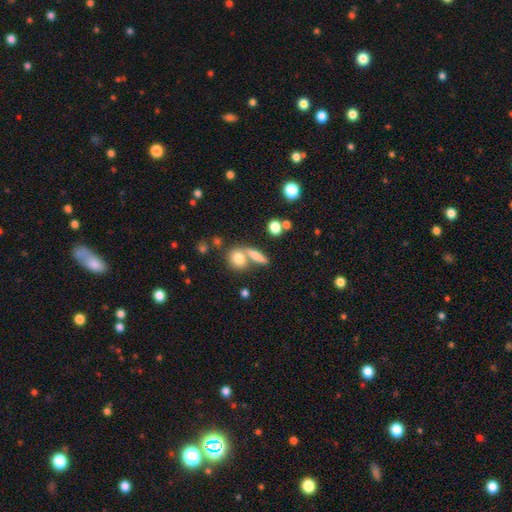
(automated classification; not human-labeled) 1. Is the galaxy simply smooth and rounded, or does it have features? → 74% smooth, 15% featured or disk, 11% star or artifact.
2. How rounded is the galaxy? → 42% cigar-shaped, 37% in between, 21% round.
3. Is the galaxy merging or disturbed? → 50% none, 35% merger, 10% minor disturbance, 5% major disturbance.